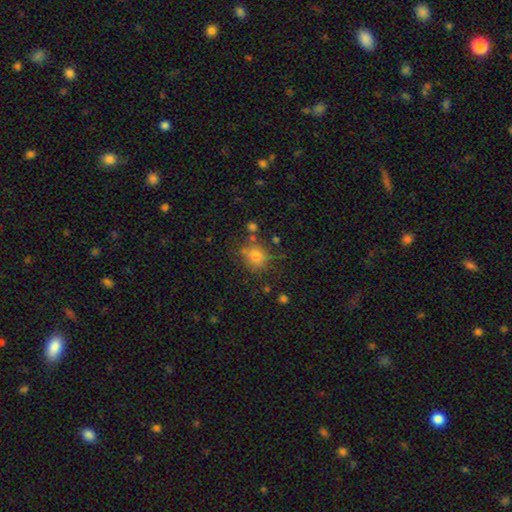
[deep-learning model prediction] Morphology: type=smooth (78%); roundness=round (75%); merging=none (71%).